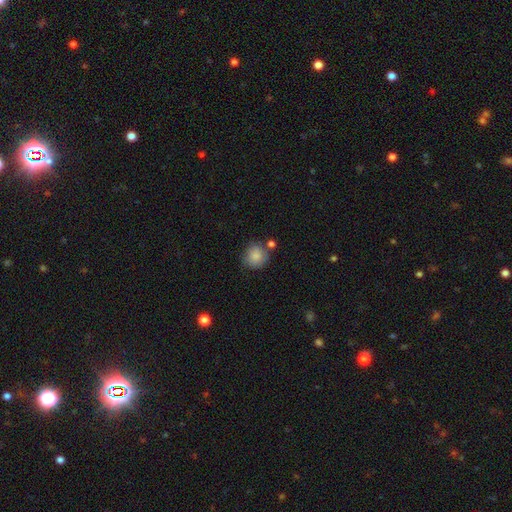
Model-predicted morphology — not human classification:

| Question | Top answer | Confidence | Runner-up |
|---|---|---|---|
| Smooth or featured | smooth | 86% | star or artifact (8%) |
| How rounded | round | 88% | in between (11%) |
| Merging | none | 72% | minor disturbance (15%) |